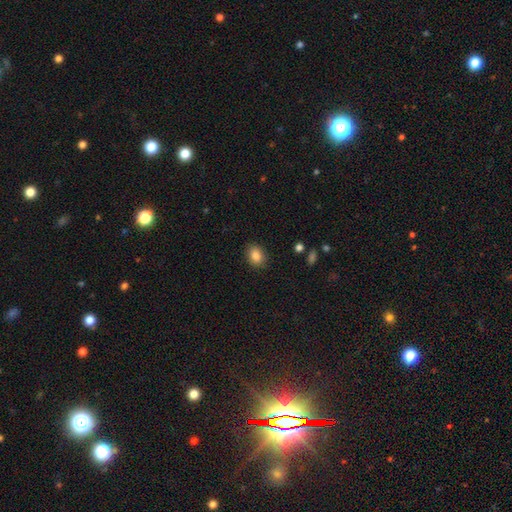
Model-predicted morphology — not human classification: Smooth or featured? Predicted: smooth (p=0.86). How rounded? Predicted: in between (p=0.56). Merging? Predicted: none (p=0.88).